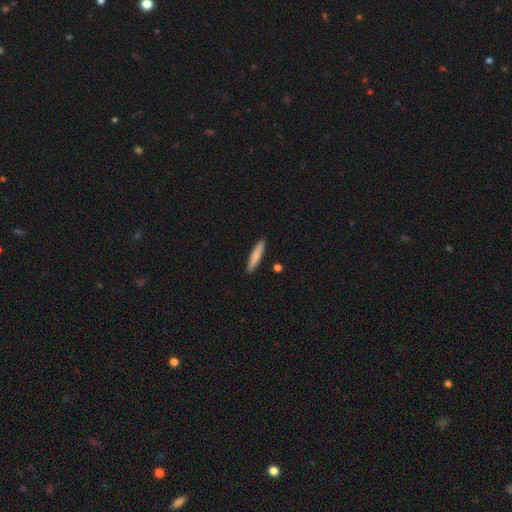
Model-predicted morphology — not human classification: Overall: smooth (79%). How rounded: cigar-shaped (90%). Merging: none (90%).